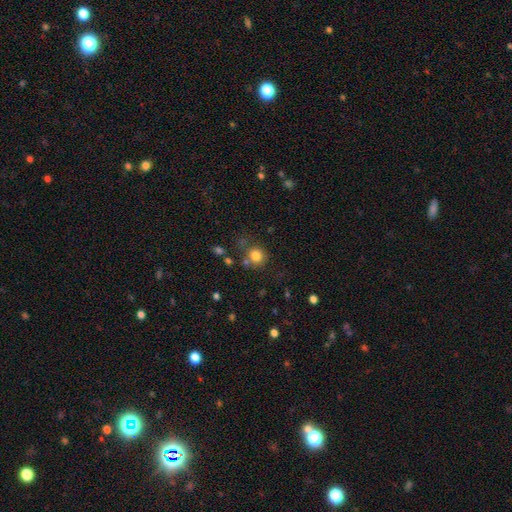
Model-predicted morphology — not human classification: Overall: smooth (81%). How rounded: round (85%). Merging: none (70%).